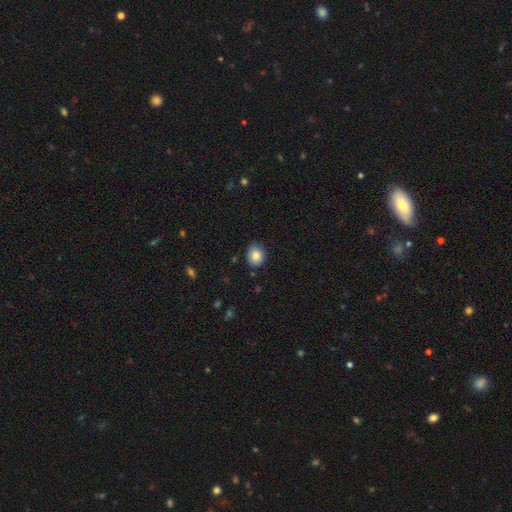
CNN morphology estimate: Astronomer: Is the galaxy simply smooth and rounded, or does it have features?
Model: smooth — 83%.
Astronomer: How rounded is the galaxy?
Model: round — 61% (runner-up: in between, 38%).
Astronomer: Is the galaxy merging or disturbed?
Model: none — 83%.